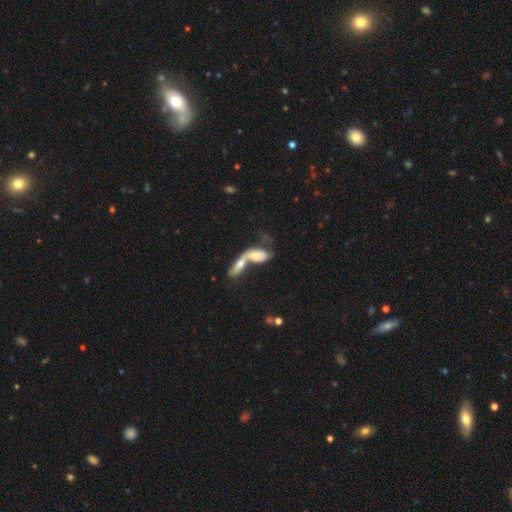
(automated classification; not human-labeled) A smooth galaxy with no disk features (54%) that is in between round and cigar-shaped (77%). Merging: merger (82%).